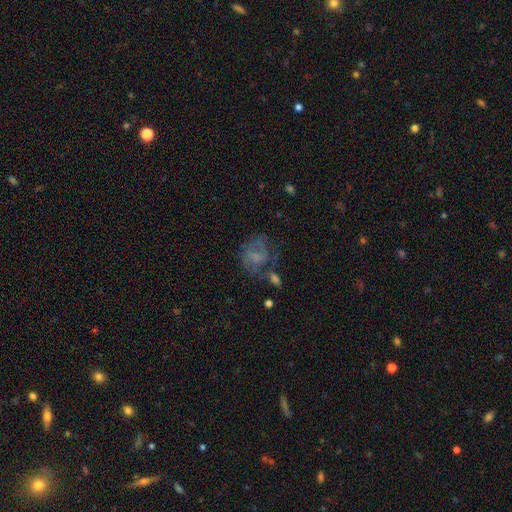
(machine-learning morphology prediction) A featured or disk galaxy (46%). Merging: none (41%).